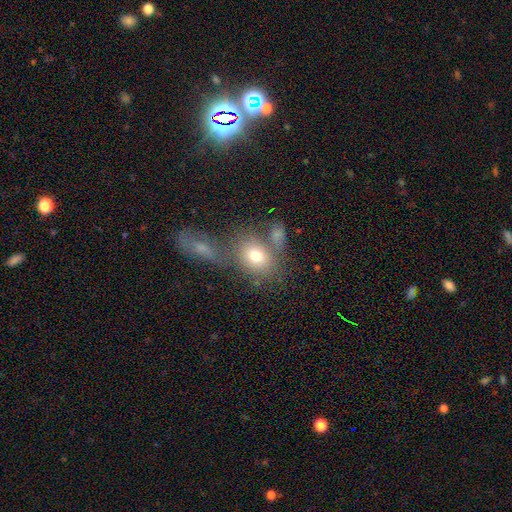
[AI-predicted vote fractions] Smooth or featured? smooth (73%)
How rounded? in between (57%)
Merging? none (50%)